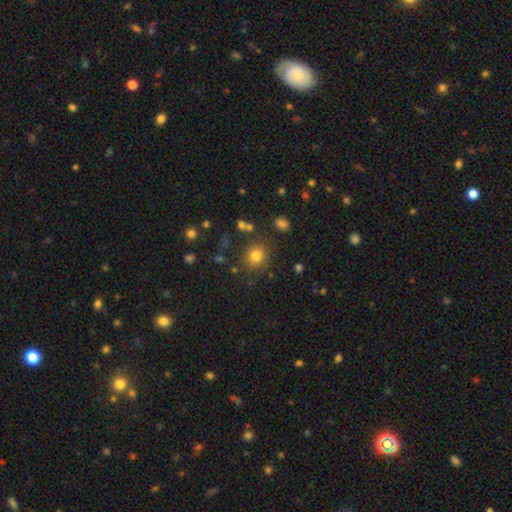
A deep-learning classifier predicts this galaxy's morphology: Smooth or featured: smooth — 78% (star or artifact — 14%)
How rounded: round — 82% (in between — 17%)
Merging: none — 81% (minor disturbance — 11%)